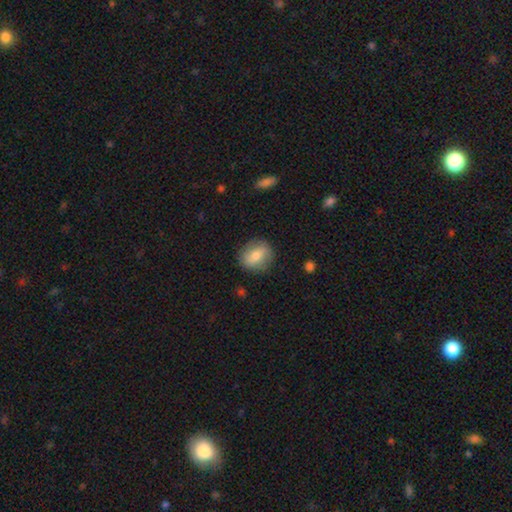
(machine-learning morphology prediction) Smooth or featured? smooth (69%)
How rounded? round (64%)
Merging? none (84%)